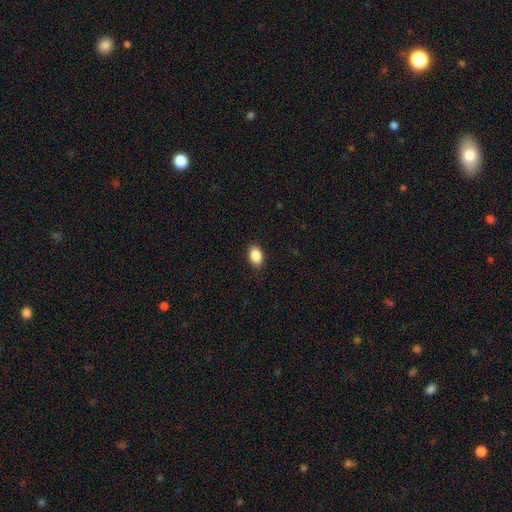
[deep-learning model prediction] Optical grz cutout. It shows a smooth galaxy with no disk features (87%) that is in between round and cigar-shaped (80%). Merging: none (88%).